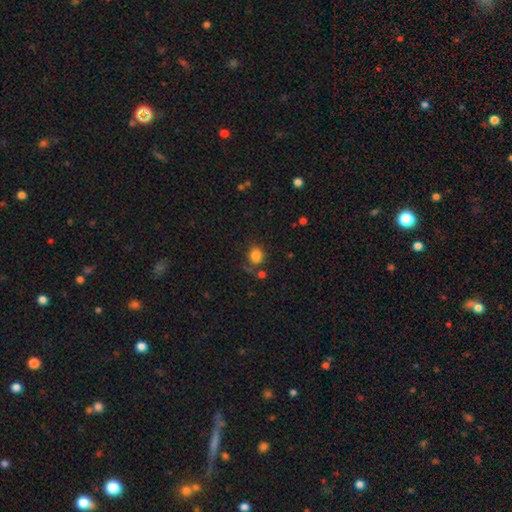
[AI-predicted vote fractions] smooth-or-featured: smooth: 83% | star or artifact: 11% | featured or disk: 6%
  how-rounded: round: 73% | in between: 26% | cigar-shaped: 1%
  merging: none: 66% | minor disturbance: 16% | merger: 10% | major disturbance: 8%